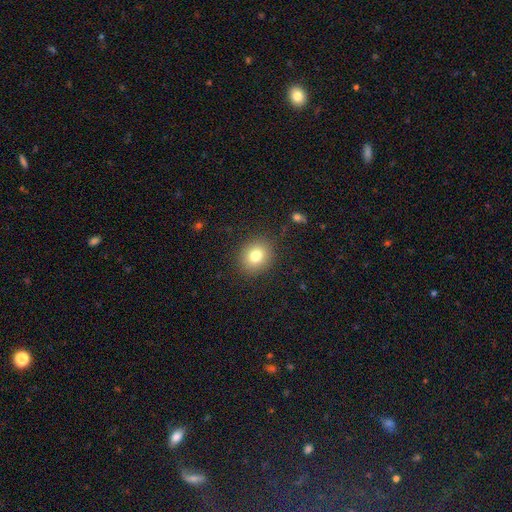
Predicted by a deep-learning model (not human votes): Smooth or featured: smooth — 79% (star or artifact — 12%)
How rounded: round — 72% (in between — 27%)
Merging: none — 88% (minor disturbance — 8%)